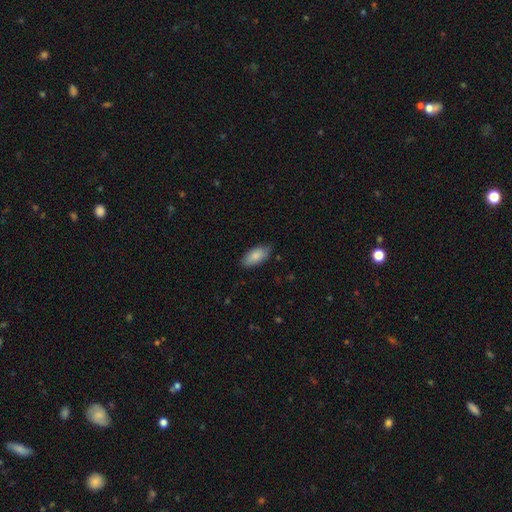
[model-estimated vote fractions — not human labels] Smooth or featured? Predicted: smooth (p=0.84). How rounded? Predicted: in between (p=0.89). Merging? Predicted: none (p=0.77).